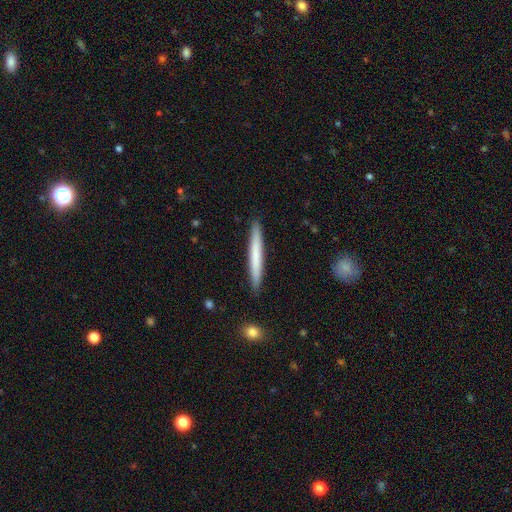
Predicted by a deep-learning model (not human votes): Smooth or featured?
  - smooth: 65% *
  - featured or disk: 29%
  - star or artifact: 5%
How rounded?
  - cigar-shaped: 97% *
  - in between: 2%
  - round: 1%
Merging?
  - none: 91% *
  - minor disturbance: 6%
  - major disturbance: 1%
  - merger: 1%